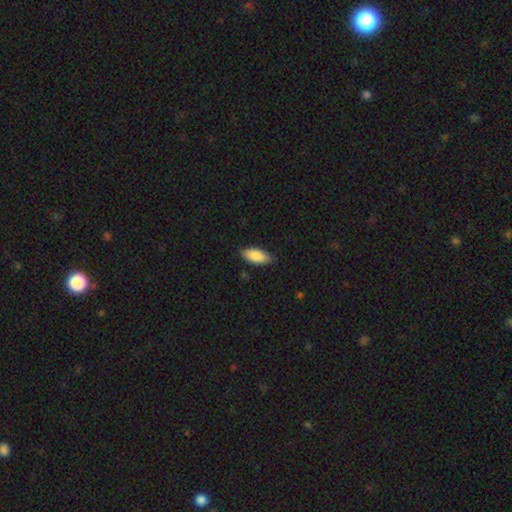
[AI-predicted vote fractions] Smooth or featured? smooth (86%)
How rounded? in between (86%)
Merging? none (84%)